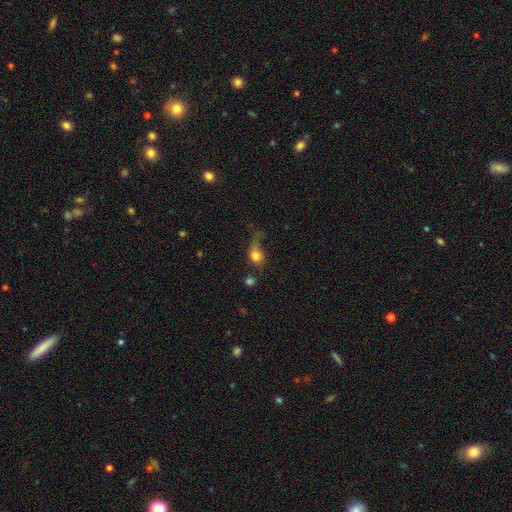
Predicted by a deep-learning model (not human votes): smooth-or-featured: smooth: 71% | featured or disk: 18% | star or artifact: 11%
  how-rounded: round: 60% | in between: 36% | cigar-shaped: 3%
  merging: major disturbance: 38% | none: 28% | minor disturbance: 24% | merger: 10%